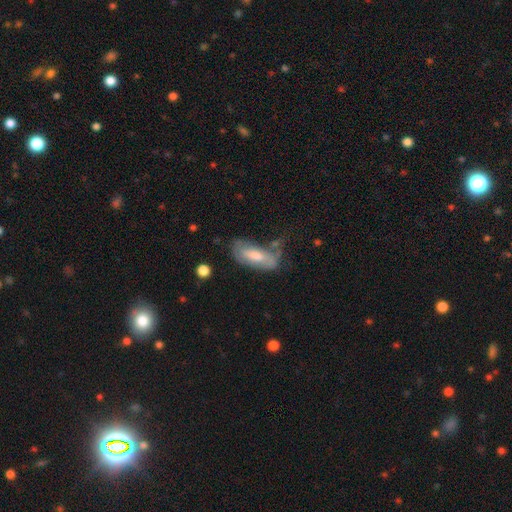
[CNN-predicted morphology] Smooth or featured: smooth — 58% (featured or disk — 35%)
How rounded: in between — 80% (cigar-shaped — 17%)
Merging: none — 47% (minor disturbance — 30%)